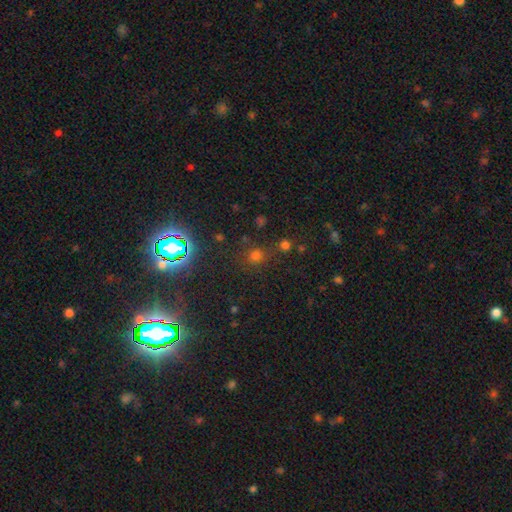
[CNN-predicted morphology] smooth 57%, star or artifact 37%, featured or disk 7%. Down the decision tree: how rounded — round (86%); merging — none (76%).